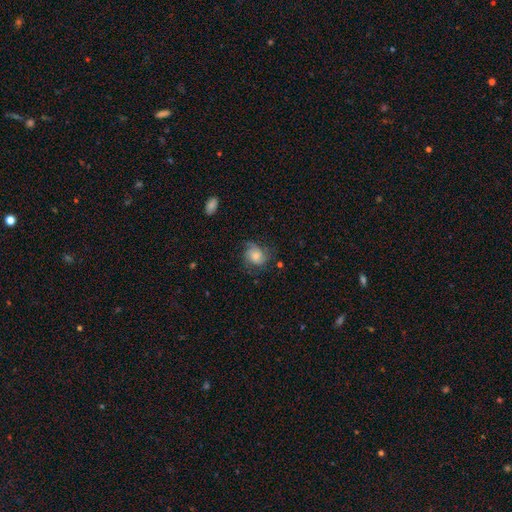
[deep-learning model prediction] A featured or disk galaxy (51%).

Vote fractions:
- Smooth or featured? featured or disk: 51% / smooth: 40% / star or artifact: 9%
- Edge-on disk? no: 97% / yes: 3%
- Merging? none: 59% / minor disturbance: 24% / major disturbance: 15% / merger: 2%